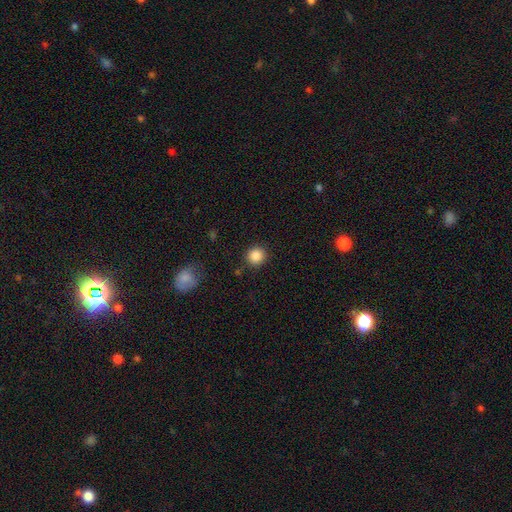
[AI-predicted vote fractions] This appears to be a smooth galaxy with no disk features (86%) that is round (93%). Merging: none (89%).